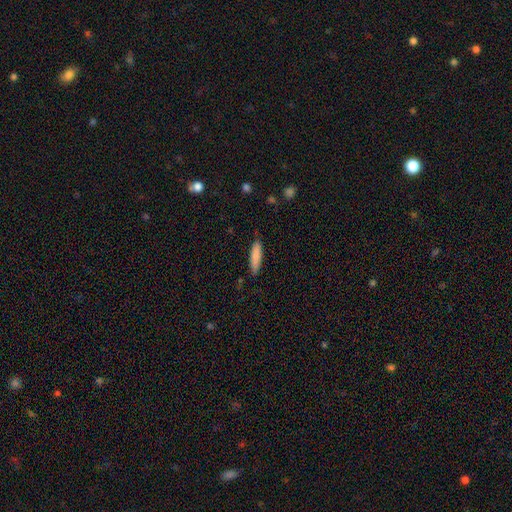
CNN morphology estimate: Smooth or featured: smooth — 84% (featured or disk — 10%)
How rounded: cigar-shaped — 74% (in between — 25%)
Merging: none — 84% (minor disturbance — 13%)